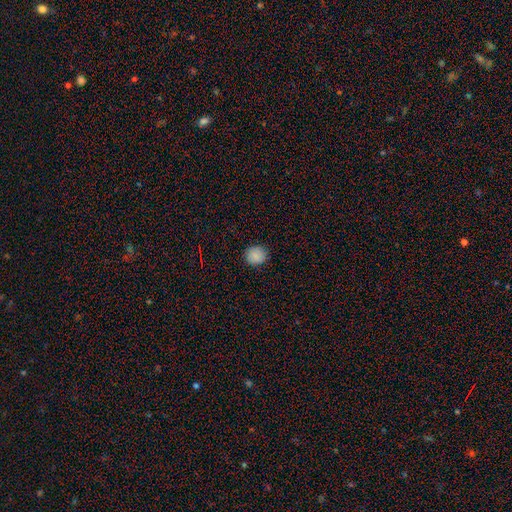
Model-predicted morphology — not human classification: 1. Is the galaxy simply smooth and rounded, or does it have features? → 86% smooth, 10% star or artifact, 4% featured or disk.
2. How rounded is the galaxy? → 86% round, 13% in between, 1% cigar-shaped.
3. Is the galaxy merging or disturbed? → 88% none, 9% minor disturbance, 2% major disturbance, 1% merger.